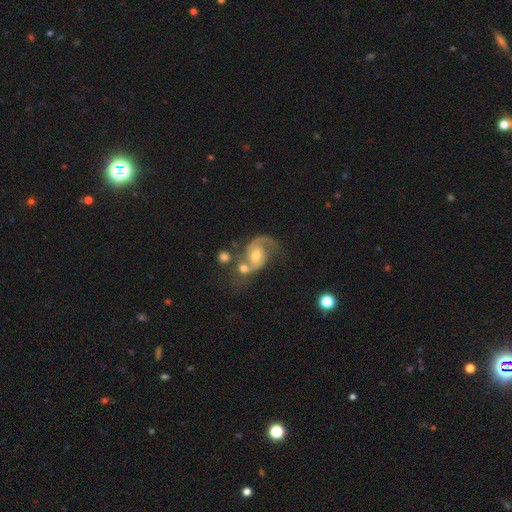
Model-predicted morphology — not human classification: Smooth or featured?
  - featured or disk: 82% *
  - smooth: 11%
  - star or artifact: 7%
Edge-on disk?
  - no: 98% *
  - yes: 2%
Bar?
  - no: 64% *
  - weak: 29%
  - strong: 7%
Spiral arms?
  - yes: 94% *
  - no: 6%
Spiral winding?
  - medium: 50% *
  - loose: 32%
  - tight: 18%
Spiral arm count?
  - 2: 75% *
  - 1: 18%
  - can't tell: 4%
  - 3: 1%
  - 4: 1%
  - more than 4: 1%
Bulge size?
  - moderate: 69% *
  - small: 22%
  - large: 7%
  - none: 2%
  - dominant: 1%
Merging?
  - none: 36% *
  - merger: 31%
  - major disturbance: 17%
  - minor disturbance: 16%